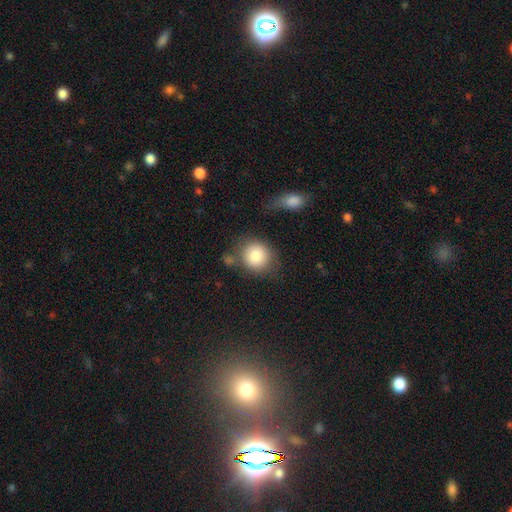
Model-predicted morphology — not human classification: A smooth galaxy with no disk features (83%) that is round (83%). Merging: none (64%).